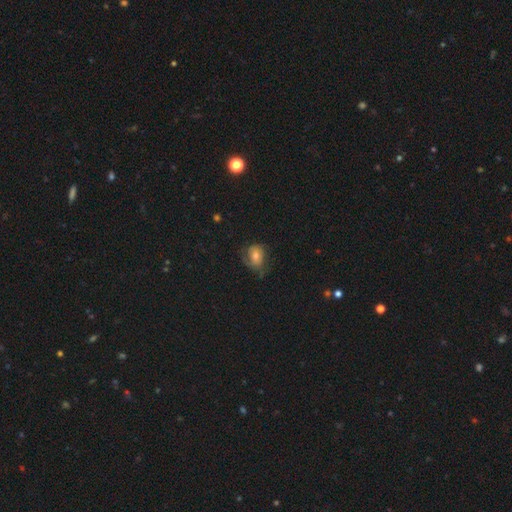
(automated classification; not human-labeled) Q: Smooth or featured?
A: smooth (46%); runner-up: featured or disk (40%)
Q: Merging?
A: none (52%); runner-up: minor disturbance (28%)